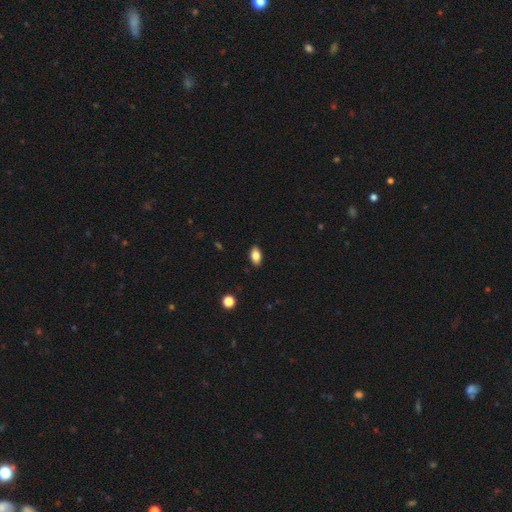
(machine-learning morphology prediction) Smooth or featured? smooth (84%)
How rounded? in between (90%)
Merging? none (88%)